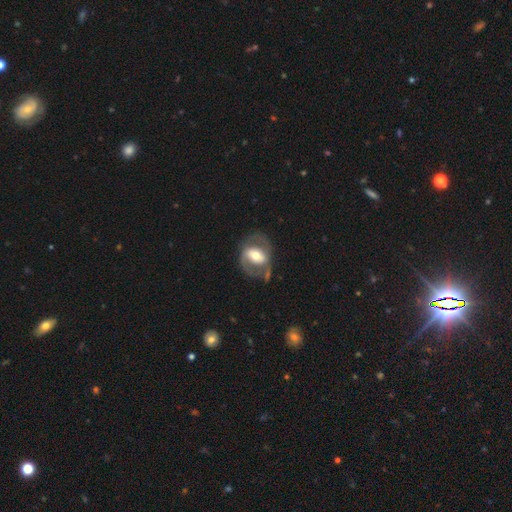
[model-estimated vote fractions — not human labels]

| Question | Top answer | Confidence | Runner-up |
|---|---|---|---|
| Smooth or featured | featured or disk | 67% | smooth (27%) |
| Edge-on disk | no | 95% | yes (5%) |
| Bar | no | 35% | strong (33%) |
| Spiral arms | yes | 57% | no (43%) |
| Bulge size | moderate | 65% | large (19%) |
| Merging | none | 62% | minor disturbance (18%) |